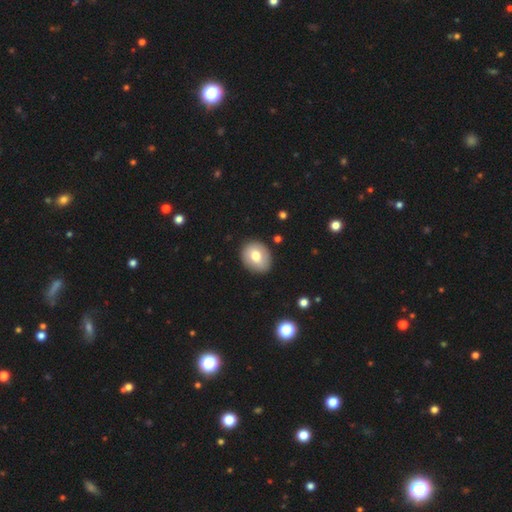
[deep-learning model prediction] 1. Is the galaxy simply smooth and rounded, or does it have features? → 72% smooth, 20% featured or disk, 7% star or artifact.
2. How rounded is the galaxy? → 50% round, 49% in between, 1% cigar-shaped.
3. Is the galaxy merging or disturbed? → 87% none, 10% minor disturbance, 2% major disturbance, 1% merger.